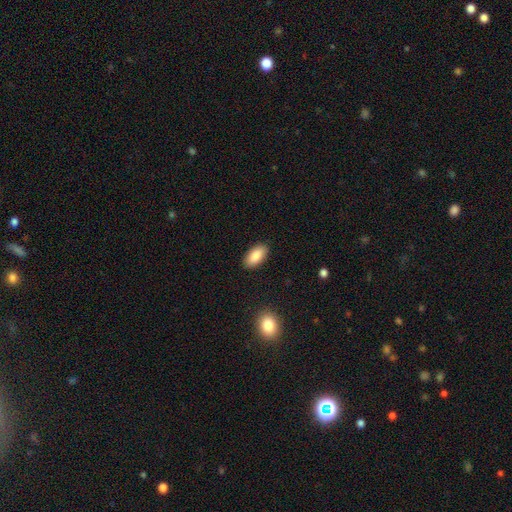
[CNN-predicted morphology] This is clearly a smooth galaxy (87%). How rounded: clearly in between (92%). Merging: clearly none (89%).